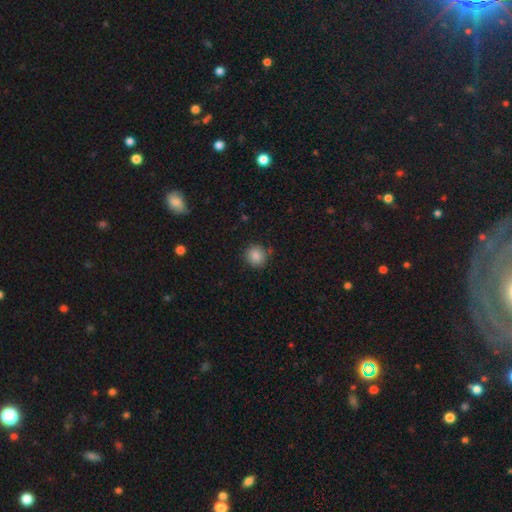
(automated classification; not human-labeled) smooth_or_featured: smooth (p=0.87) [alt: star or artifact p=0.09]
how_rounded: round (p=0.89) [alt: in between p=0.10]
merging: none (p=0.86) [alt: minor disturbance p=0.10]